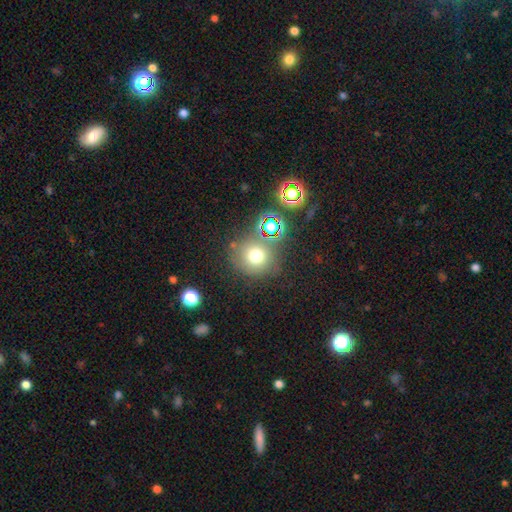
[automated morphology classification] smooth_or_featured: smooth (p=0.70) [alt: star or artifact p=0.20]
how_rounded: round (p=0.90) [alt: in between p=0.09]
merging: none (p=0.74) [alt: minor disturbance p=0.12]